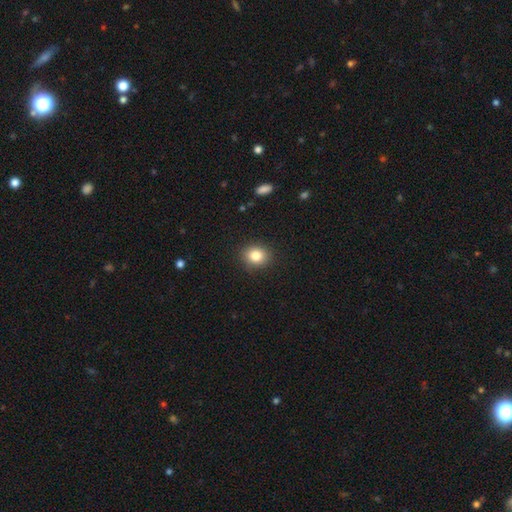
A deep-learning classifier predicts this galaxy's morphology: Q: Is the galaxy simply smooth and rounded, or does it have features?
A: smooth — 83%.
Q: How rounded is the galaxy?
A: round — 69%.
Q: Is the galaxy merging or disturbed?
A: none — 89%.